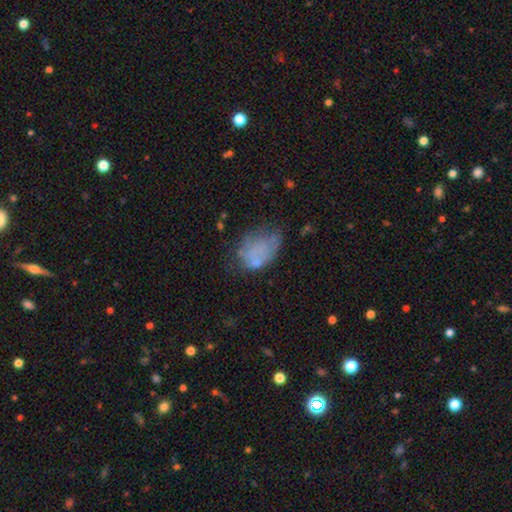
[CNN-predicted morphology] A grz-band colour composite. It shows a smooth galaxy with no disk features (58%) that is in between round and cigar-shaped (83%). Merging: none (38%).